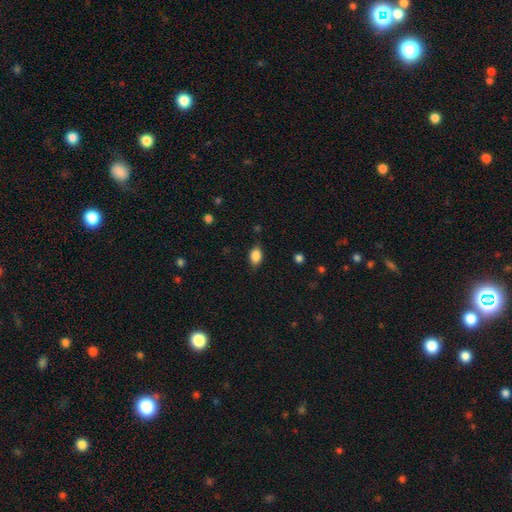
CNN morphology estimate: This appears to be a smooth galaxy with no disk features (87%) that is in between round and cigar-shaped (87%). Merging: none (82%).